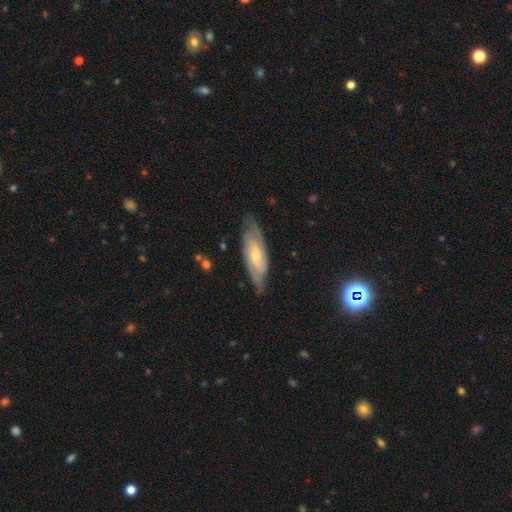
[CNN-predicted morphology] type=featured or disk (72%); edge-on=no (83%); bar=no (47%); spiral arms=yes (89%); winding=tight (44%); arm count=2 (61%); bulge=small (53%); merging=none (72%).